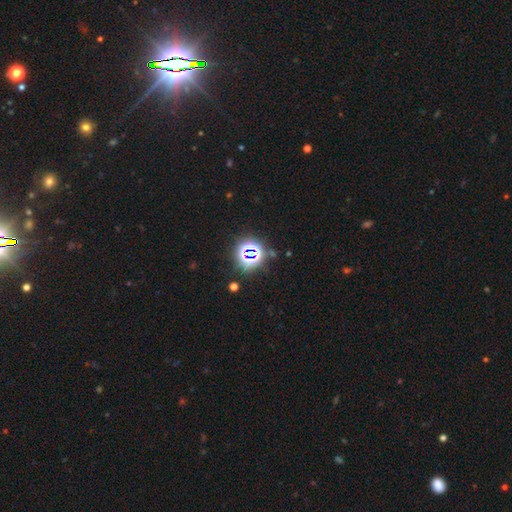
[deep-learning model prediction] smooth-or-featured: star or artifact: 72% | smooth: 19% | featured or disk: 9%